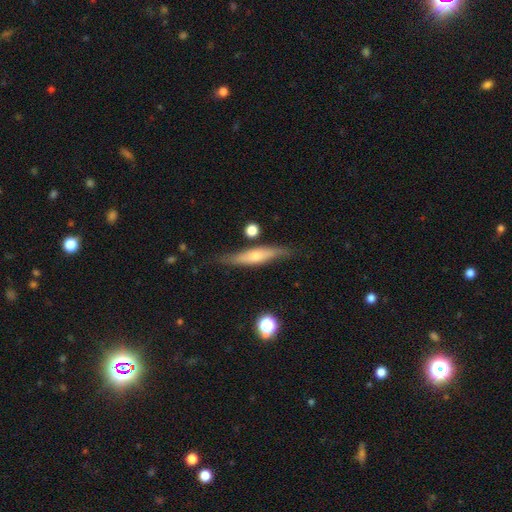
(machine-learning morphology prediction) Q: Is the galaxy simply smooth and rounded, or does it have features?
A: featured or disk — 60%.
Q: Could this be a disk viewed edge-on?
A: yes — 89%.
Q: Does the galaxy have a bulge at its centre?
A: rounded — 77%.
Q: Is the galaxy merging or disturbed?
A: none — 80%.